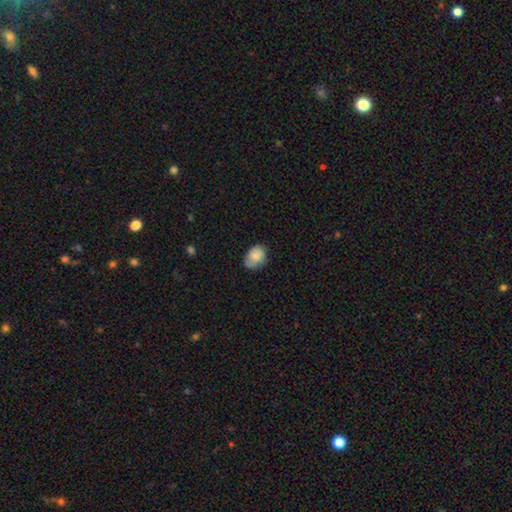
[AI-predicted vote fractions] Smooth or featured? Predicted: smooth (p=0.81). How rounded? Predicted: in between (p=0.65). Merging? Predicted: none (p=0.59).